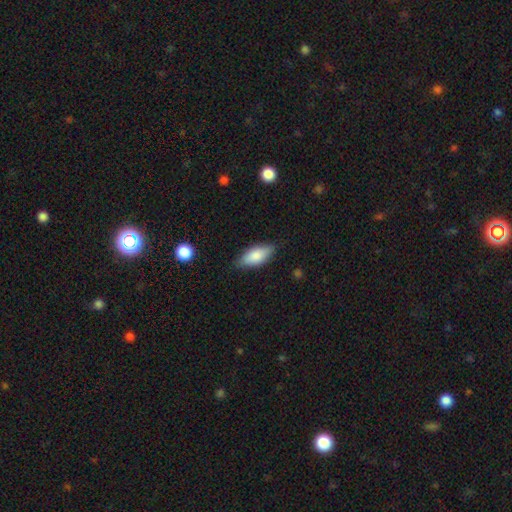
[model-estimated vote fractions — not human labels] A smooth galaxy with no disk features (81%) that is in between round and cigar-shaped (83%).

Vote fractions:
- Smooth or featured? smooth: 81% / featured or disk: 13% / star or artifact: 6%
- How rounded? in between: 83% / cigar-shaped: 14% / round: 2%
- Merging? none: 81% / minor disturbance: 15% / major disturbance: 3% / merger: 1%